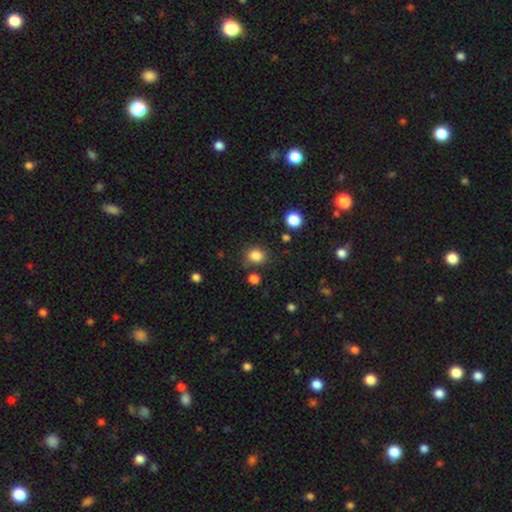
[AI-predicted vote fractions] Overall: smooth (84%). How rounded: round (78%). Merging: none (79%).